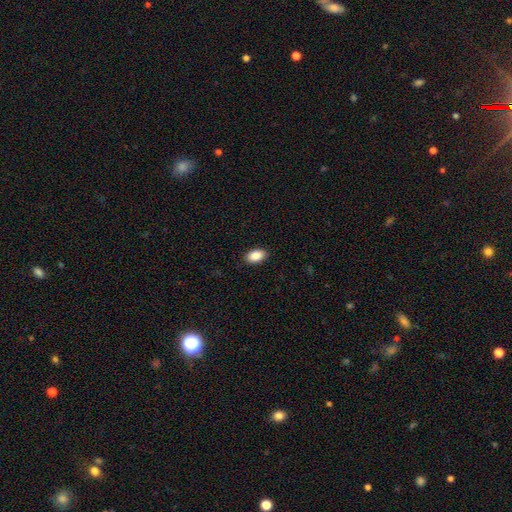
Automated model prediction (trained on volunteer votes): Overall: smooth (89%). How rounded: in between (93%). Merging: none (90%).